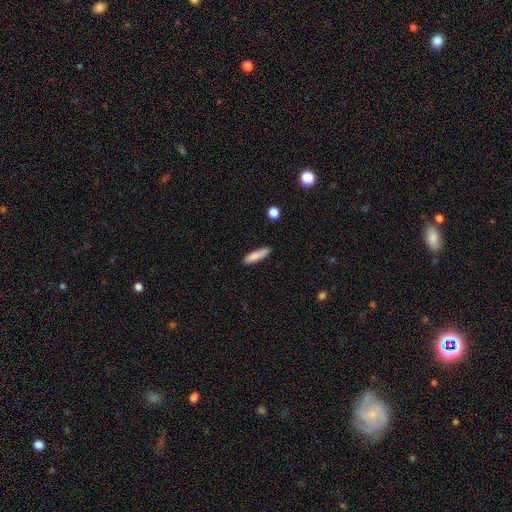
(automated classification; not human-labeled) Q: Smooth or featured?
A: smooth (84%); runner-up: featured or disk (10%)
Q: How rounded?
A: cigar-shaped (75%); runner-up: in between (23%)
Q: Merging?
A: none (85%); runner-up: minor disturbance (11%)